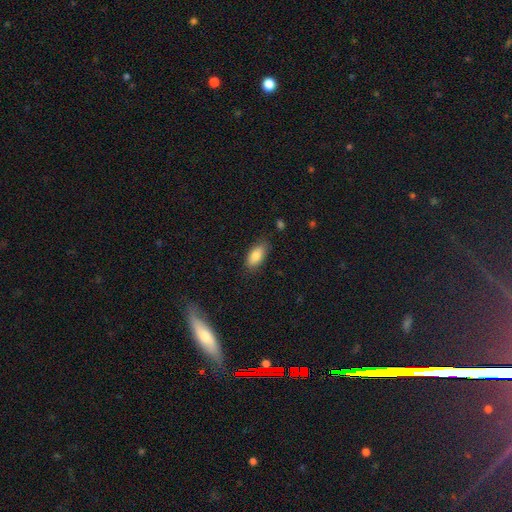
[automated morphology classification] Q: Smooth or featured?
A: smooth (84%); runner-up: featured or disk (9%)
Q: How rounded?
A: in between (89%); runner-up: cigar-shaped (8%)
Q: Merging?
A: none (81%); runner-up: minor disturbance (14%)